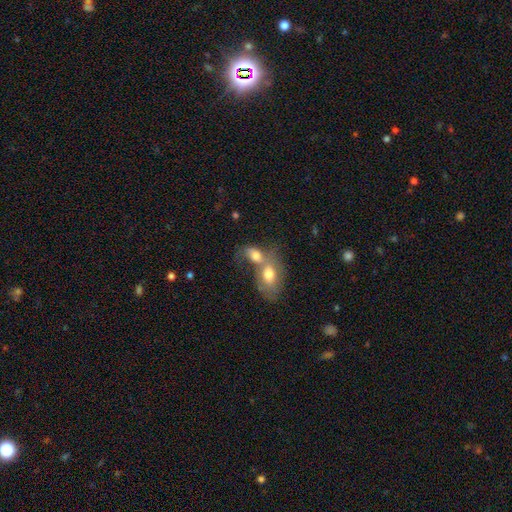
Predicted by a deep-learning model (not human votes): Smooth or featured?
  - smooth: 69% *
  - featured or disk: 23%
  - star or artifact: 8%
How rounded?
  - in between: 85% *
  - round: 12%
  - cigar-shaped: 3%
Merging?
  - merger: 73% *
  - none: 15%
  - minor disturbance: 7%
  - major disturbance: 5%